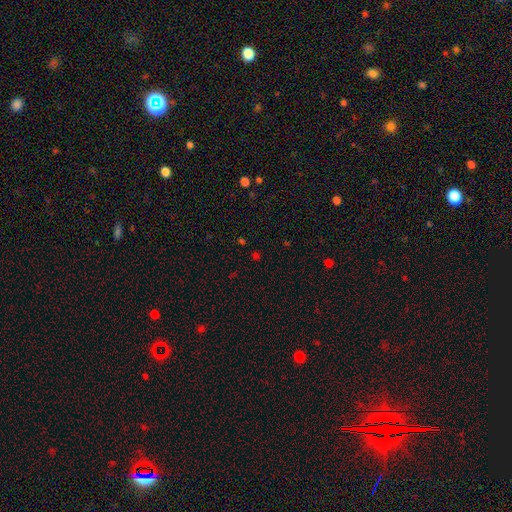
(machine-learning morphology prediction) A star or artifact, not a galaxy (51%).

Vote fractions:
- Smooth or featured? star or artifact: 51% / smooth: 42% / featured or disk: 7%